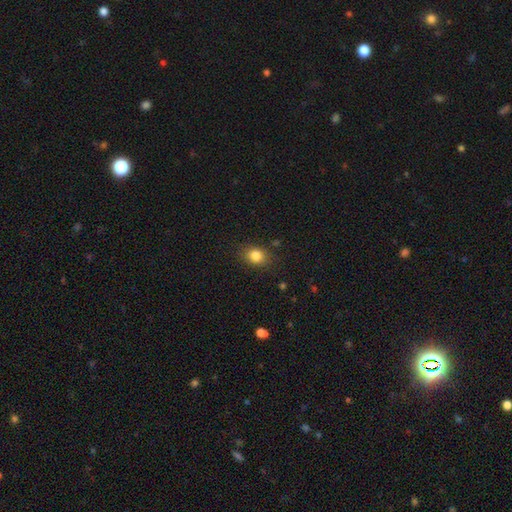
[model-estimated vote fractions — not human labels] Smooth or featured? smooth (83%)
How rounded? in between (51%)
Merging? none (84%)